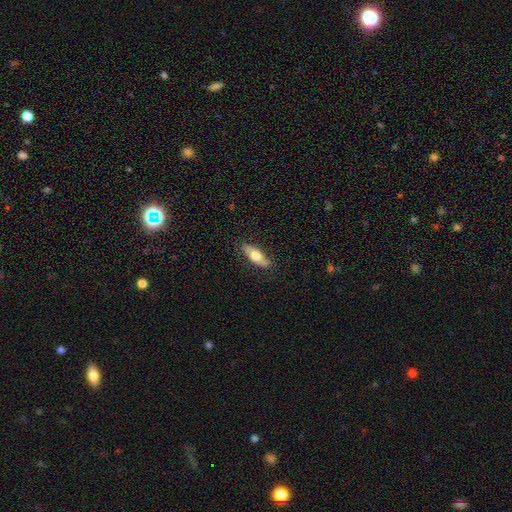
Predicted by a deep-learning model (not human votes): This is possibly a smooth galaxy (58%). How rounded: likely in between (64%). Merging: clearly none (85%).